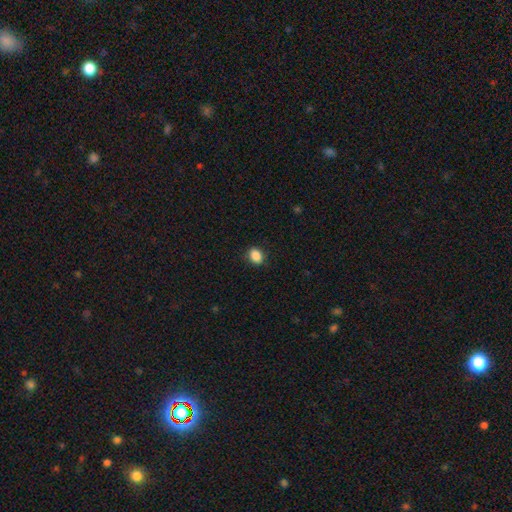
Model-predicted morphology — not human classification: Smooth or featured? smooth (88%)
How rounded? in between (61%)
Merging? none (87%)